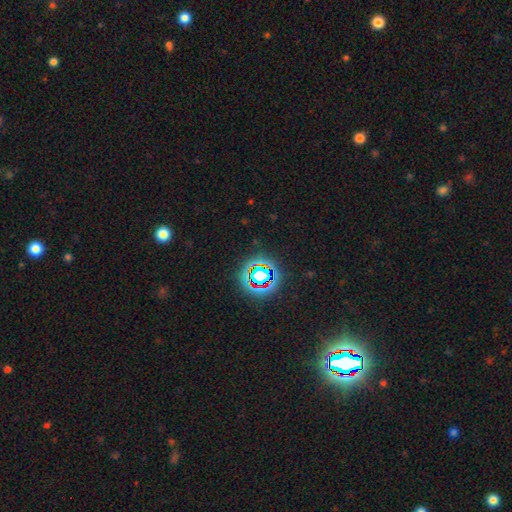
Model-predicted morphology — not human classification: A star or artifact, not a galaxy (76%).

Vote fractions:
- Smooth or featured? star or artifact: 76% / smooth: 15% / featured or disk: 9%